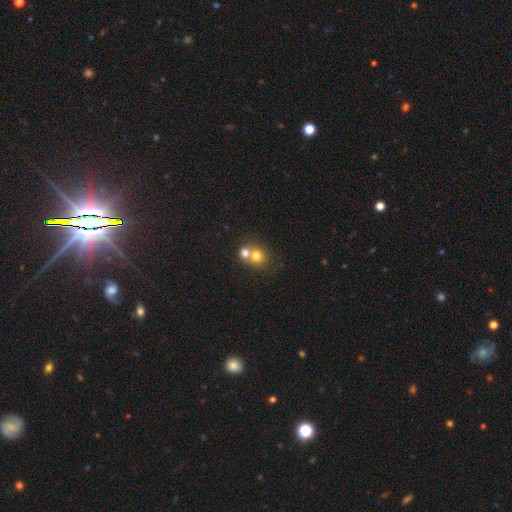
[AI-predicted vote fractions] A smooth galaxy with no disk features (74%) that is round (79%). Merging: merger (59%).